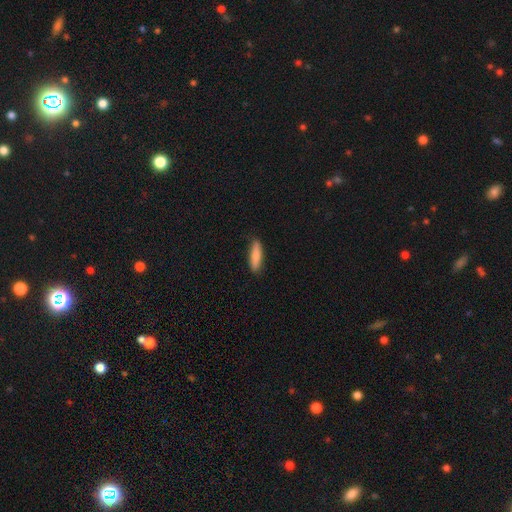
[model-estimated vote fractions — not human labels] Q: Smooth or featured?
A: smooth (83%); runner-up: featured or disk (11%)
Q: How rounded?
A: cigar-shaped (76%); runner-up: in between (22%)
Q: Merging?
A: none (88%); runner-up: minor disturbance (9%)